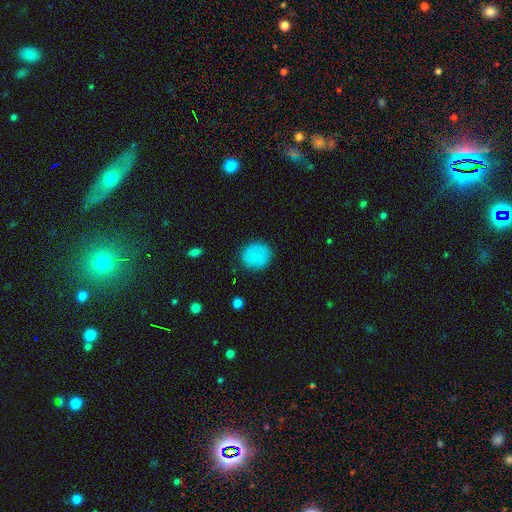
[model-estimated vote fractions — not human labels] The model was most divided on "how rounded": round: 85%, in between: 14%, cigar-shaped: 1%. More confident: merging — none (85%); smooth or featured — smooth (83%).